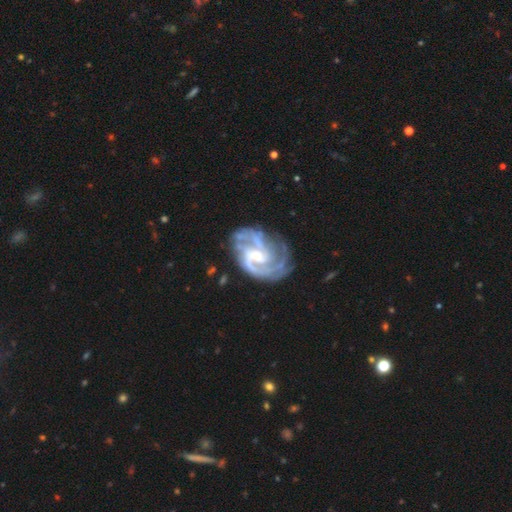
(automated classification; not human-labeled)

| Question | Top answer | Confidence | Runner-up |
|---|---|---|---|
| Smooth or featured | featured or disk | 90% | star or artifact (5%) |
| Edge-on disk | no | 98% | yes (2%) |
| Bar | weak | 52% | no (26%) |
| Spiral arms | yes | 96% | no (4%) |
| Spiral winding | medium | 48% | tight (37%) |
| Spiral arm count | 2 | 46% | 3 (21%) |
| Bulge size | moderate | 44% | small (29%) |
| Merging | none | 63% | minor disturbance (20%) |